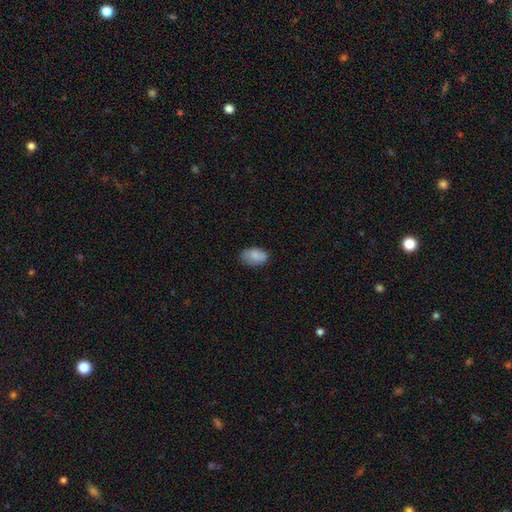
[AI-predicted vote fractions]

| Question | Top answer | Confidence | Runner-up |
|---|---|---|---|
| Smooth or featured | smooth | 78% | featured or disk (14%) |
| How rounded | in between | 89% | round (9%) |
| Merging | none | 72% | minor disturbance (22%) |